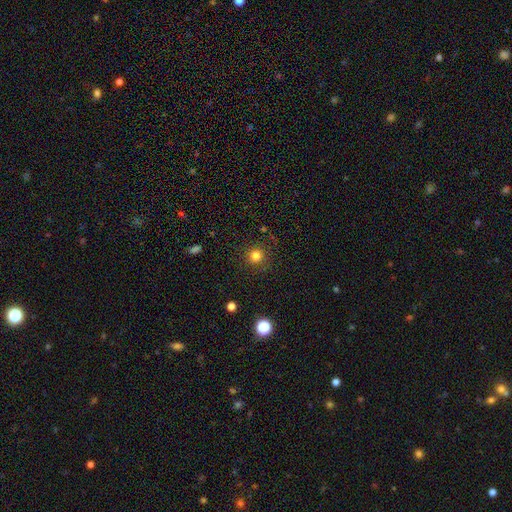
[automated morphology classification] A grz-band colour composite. It shows a smooth galaxy with no disk features (81%) that is round (94%). Merging: none (87%).